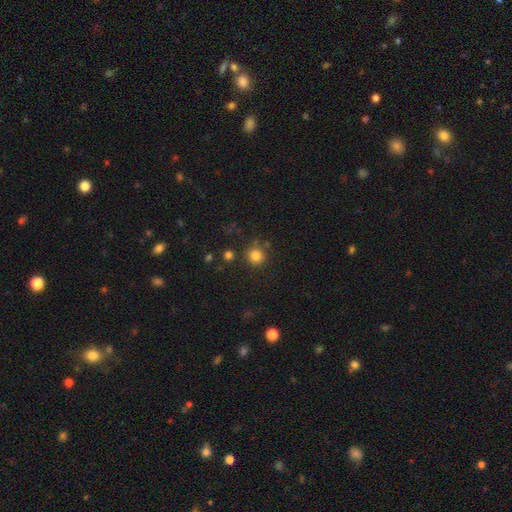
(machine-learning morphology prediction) smooth-or-featured: smooth: 82% | star or artifact: 13% | featured or disk: 5%
  how-rounded: round: 93% | in between: 6% | cigar-shaped: 1%
  merging: none: 84% | minor disturbance: 8% | merger: 5% | major disturbance: 3%